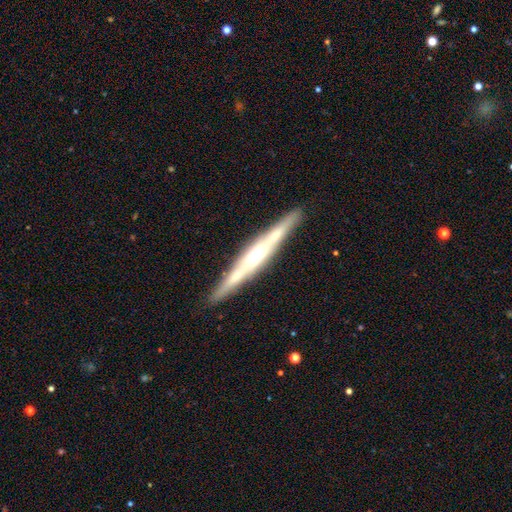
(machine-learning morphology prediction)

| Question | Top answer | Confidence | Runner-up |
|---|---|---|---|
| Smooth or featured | featured or disk | 76% | smooth (18%) |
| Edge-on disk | yes | 96% | no (4%) |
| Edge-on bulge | rounded | 62% | boxy (21%) |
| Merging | none | 88% | minor disturbance (8%) |